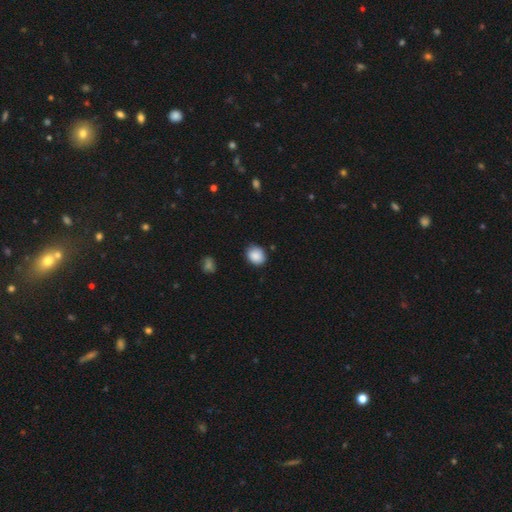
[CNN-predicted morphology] Smooth or featured? Predicted: smooth (p=0.88). How rounded? Predicted: round (p=0.64). Merging? Predicted: none (p=0.84).